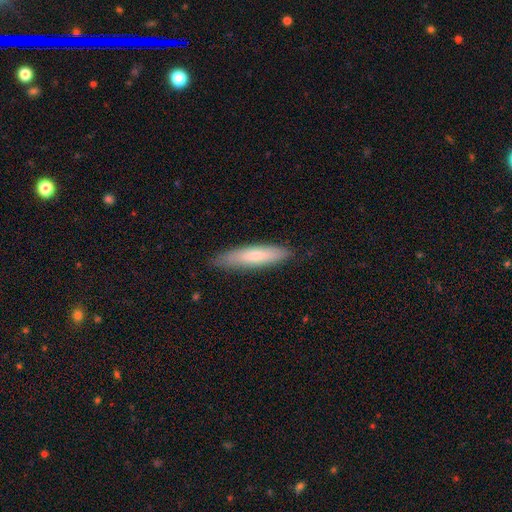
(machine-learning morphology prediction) Smooth or featured: smooth — 74% (featured or disk — 20%)
How rounded: cigar-shaped — 76% (in between — 22%)
Merging: none — 84% (minor disturbance — 13%)